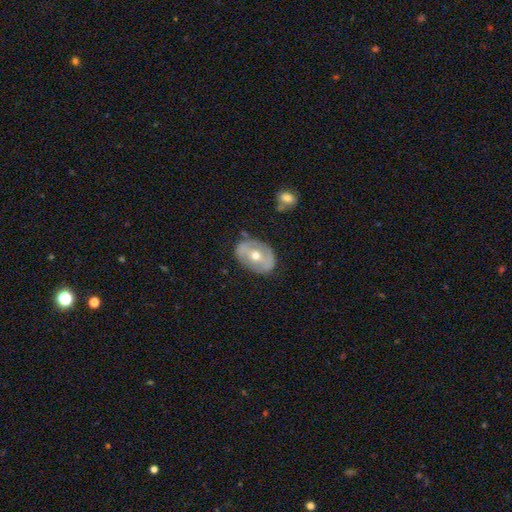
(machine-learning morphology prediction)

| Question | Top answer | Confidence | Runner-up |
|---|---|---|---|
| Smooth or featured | featured or disk | 60% | smooth (34%) |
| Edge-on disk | no | 93% | yes (7%) |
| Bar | no | 39% | weak (33%) |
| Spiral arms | no | 64% | yes (36%) |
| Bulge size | moderate | 69% | small (27%) |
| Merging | none | 76% | minor disturbance (17%) |